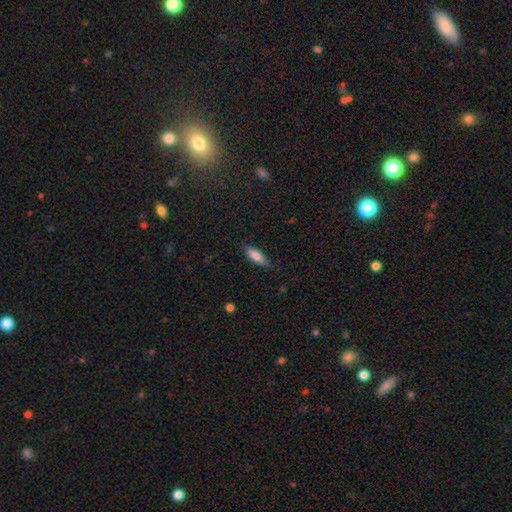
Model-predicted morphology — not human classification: Smooth or featured: smooth — 80% (featured or disk — 13%)
How rounded: in between — 53% (cigar-shaped — 45%)
Merging: none — 79% (minor disturbance — 16%)